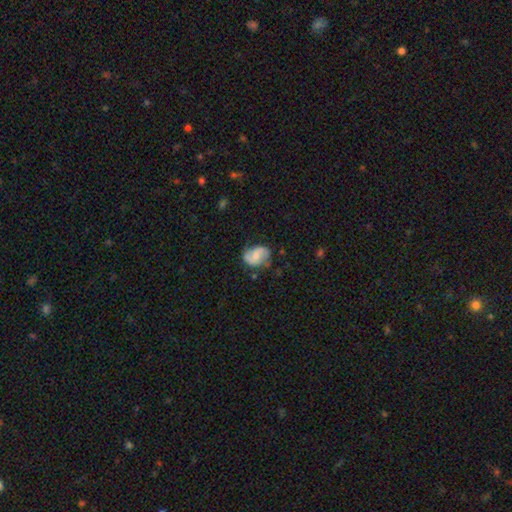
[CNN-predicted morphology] The model was most divided on "bar" (2-way tie): no: 44%, weak: 44%, strong: 12%. Remaining: edge-on disk — no (98%); spiral arms — yes (92%); spiral arm count — 2 (88%); merging — none (69%); smooth or featured — featured or disk (67%); bulge size — small (46%); spiral winding — medium (43%).